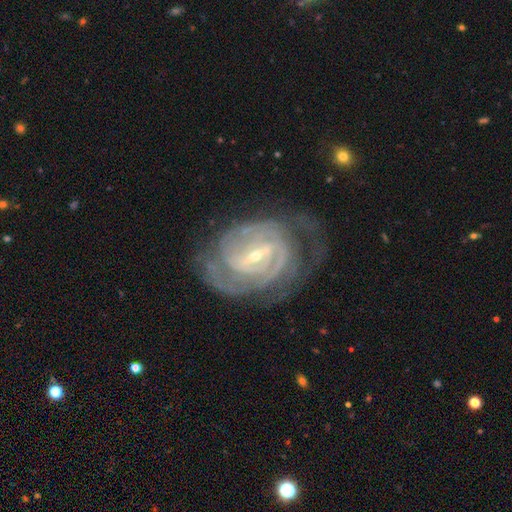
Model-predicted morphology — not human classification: Overall: featured or disk (90%). Edge-on disk: no (96%). Bar: strong (49%; weak 40%). Spiral arms: yes (96%). Spiral arm count: 2 (32%; can't tell 30%). Spiral winding: tight (69%). Bulge size: small (70%). Merging: none (65%).